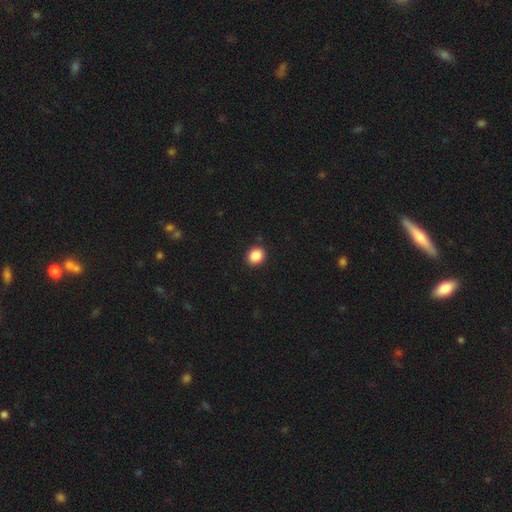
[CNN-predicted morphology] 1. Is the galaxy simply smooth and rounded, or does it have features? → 88% smooth, 9% star or artifact, 3% featured or disk.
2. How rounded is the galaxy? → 70% round, 29% in between, 1% cigar-shaped.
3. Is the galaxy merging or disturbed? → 91% none, 6% minor disturbance, 2% major disturbance, 1% merger.